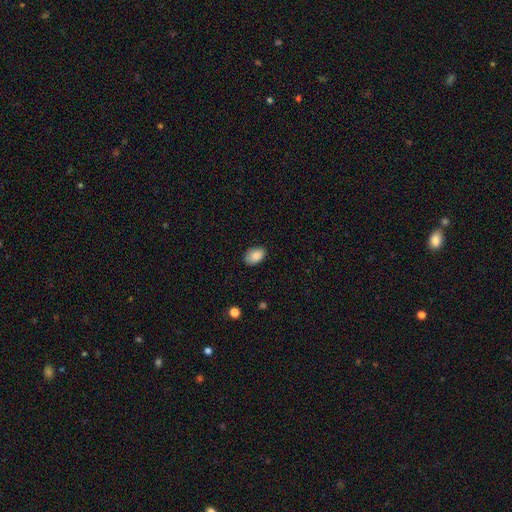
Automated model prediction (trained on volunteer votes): The model was most divided on "merging": none: 82%, minor disturbance: 15%, major disturbance: 3%, merger: 1%. More confident: smooth or featured — smooth (87%); how rounded — in between (86%).